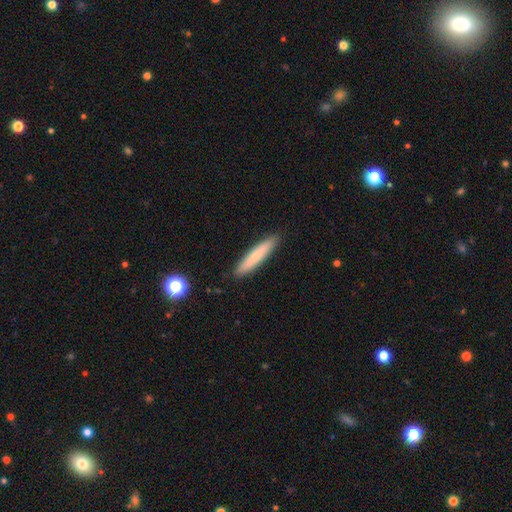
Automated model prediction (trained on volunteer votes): smooth_or_featured: smooth (p=0.66) [alt: featured or disk p=0.27]
how_rounded: cigar-shaped (p=0.90) [alt: in between p=0.09]
merging: none (p=0.90) [alt: minor disturbance p=0.07]